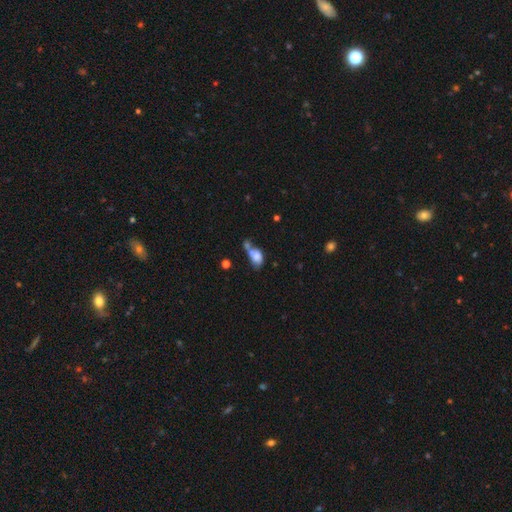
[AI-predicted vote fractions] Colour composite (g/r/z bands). It shows a smooth galaxy with no disk features (70%) that is in between round and cigar-shaped (80%). Merging: merger (52%).